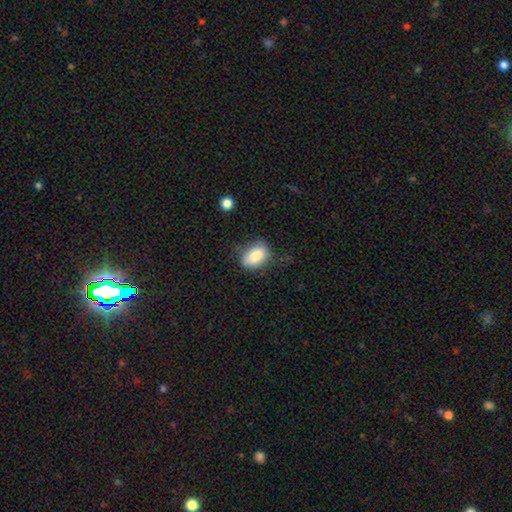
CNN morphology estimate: This is clearly a smooth galaxy (83%). How rounded: clearly in between (86%). Merging: likely none (64%).